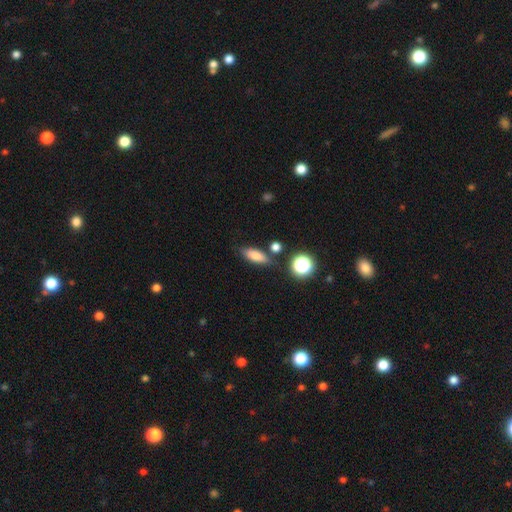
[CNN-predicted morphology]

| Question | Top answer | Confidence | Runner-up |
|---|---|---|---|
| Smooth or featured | smooth | 78% | featured or disk (11%) |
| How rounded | in between | 64% | cigar-shaped (29%) |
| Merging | none | 76% | minor disturbance (13%) |